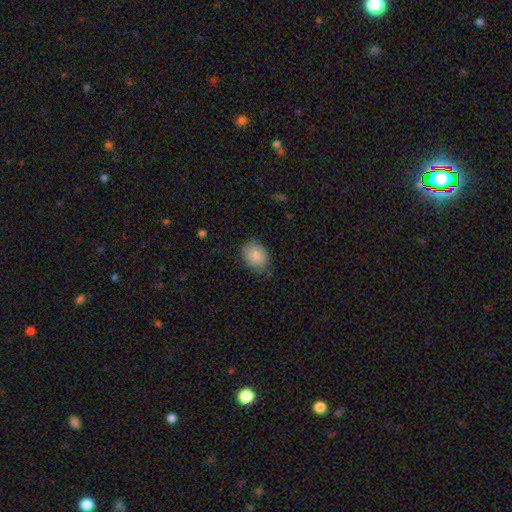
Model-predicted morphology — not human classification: A smooth galaxy with no disk features (87%) that is in between round and cigar-shaped (66%).

Vote fractions:
- Smooth or featured? smooth: 87% / star or artifact: 7% / featured or disk: 6%
- How rounded? in between: 66% / round: 33% / cigar-shaped: 1%
- Merging? none: 71% / minor disturbance: 23% / major disturbance: 4% / merger: 1%